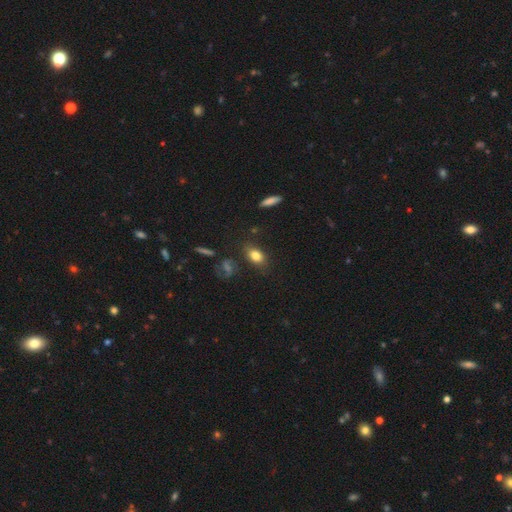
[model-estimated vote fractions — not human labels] Morphology: type=smooth (82%); roundness=in between (79%); merging=none (78%).